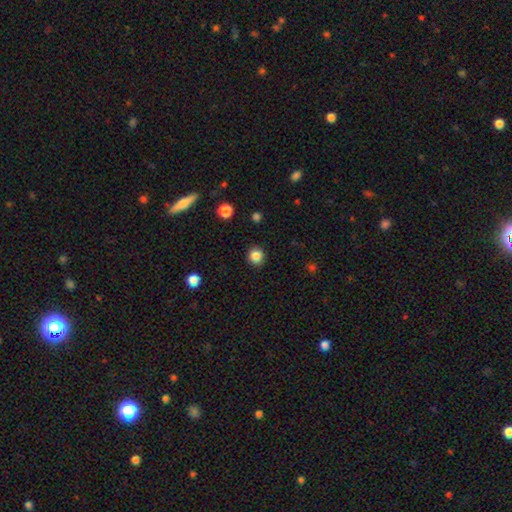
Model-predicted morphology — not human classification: smooth_or_featured: smooth (p=0.86) [alt: star or artifact p=0.11]
how_rounded: round (p=0.92) [alt: in between p=0.07]
merging: none (p=0.92) [alt: minor disturbance p=0.05]